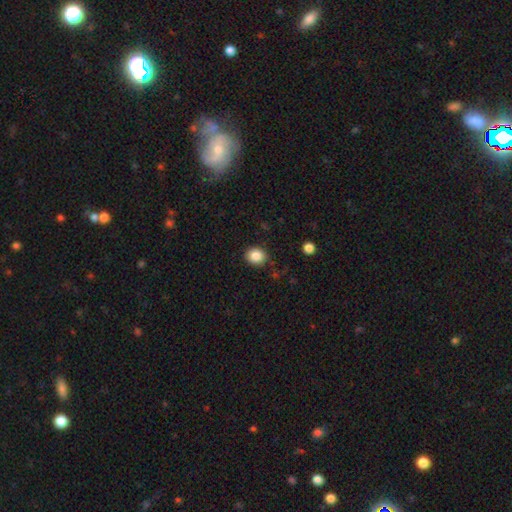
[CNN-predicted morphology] Overall: smooth (86%). How rounded: round (69%; in between 30%). Merging: none (87%).